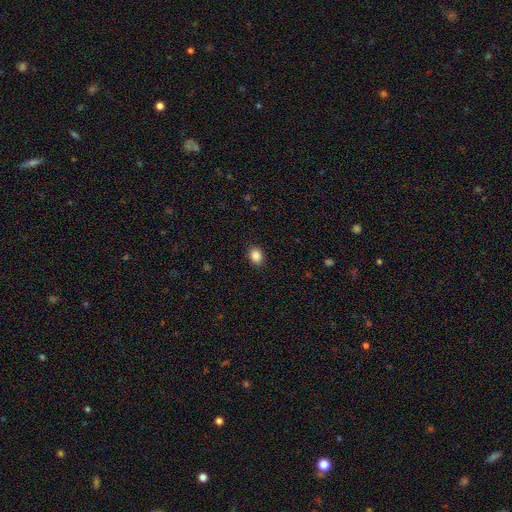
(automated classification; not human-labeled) smooth_or_featured: smooth (p=0.87) [alt: star or artifact p=0.09]
how_rounded: in between (p=0.52) [alt: round p=0.47]
merging: none (p=0.89) [alt: minor disturbance p=0.08]